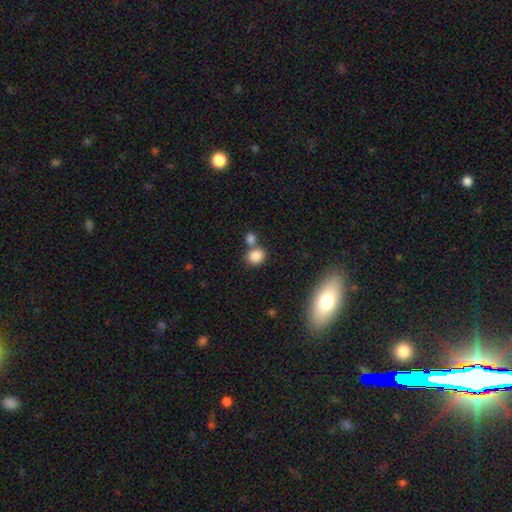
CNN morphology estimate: Smooth or featured? Predicted: smooth (p=0.84). How rounded? Predicted: round (p=0.55). Merging? Predicted: none (p=0.55).